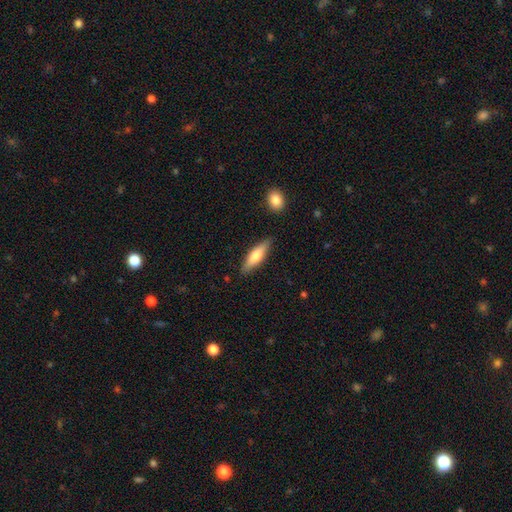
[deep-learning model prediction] smooth-or-featured: smooth: 66% | featured or disk: 29% | star or artifact: 6%
  how-rounded: cigar-shaped: 61% | in between: 37% | round: 2%
  merging: none: 85% | minor disturbance: 11% | major disturbance: 2% | merger: 2%